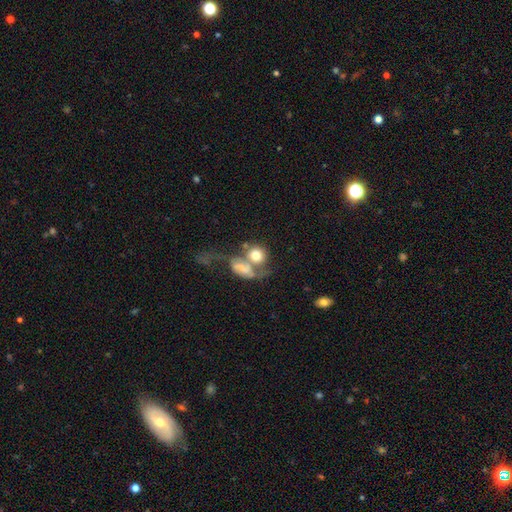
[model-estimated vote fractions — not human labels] smooth-or-featured: smooth: 69% | featured or disk: 23% | star or artifact: 9%
  how-rounded: round: 63% | in between: 35% | cigar-shaped: 2%
  merging: merger: 59% | none: 19% | major disturbance: 14% | minor disturbance: 8%